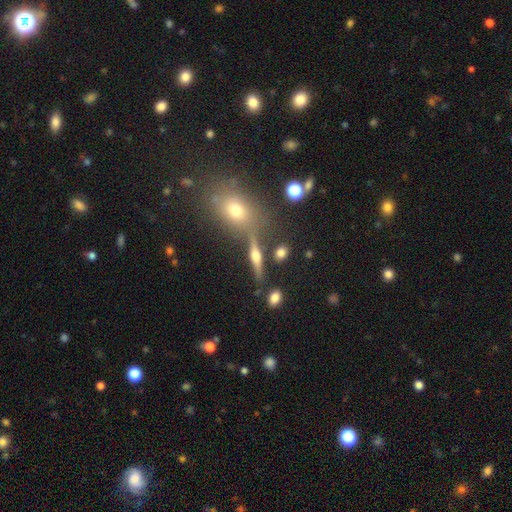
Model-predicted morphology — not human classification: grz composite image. It shows a featured or disk galaxy (64%) viewed edge-on (93%) with a rounded central bulge (93%). Merging: none (75%).